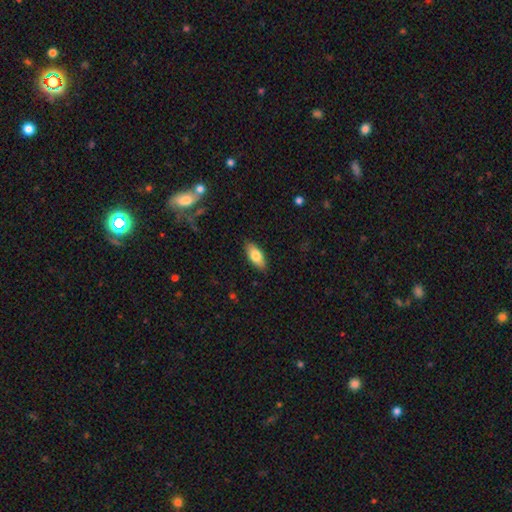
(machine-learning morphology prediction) This is likely a smooth galaxy (78%). How rounded: clearly in between (84%). Merging: clearly none (88%).